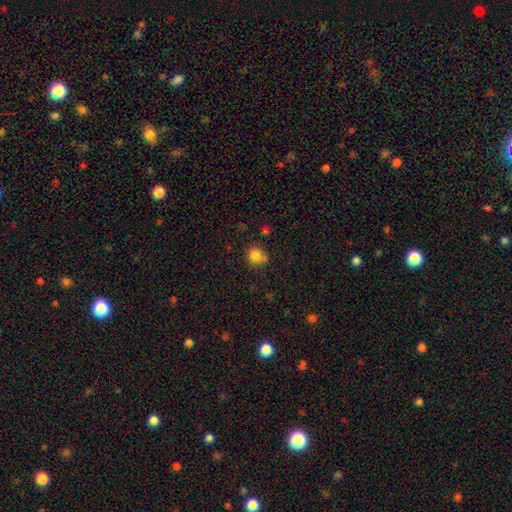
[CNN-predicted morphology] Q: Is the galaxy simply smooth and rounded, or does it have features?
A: smooth — 83%.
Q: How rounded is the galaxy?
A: round — 78%.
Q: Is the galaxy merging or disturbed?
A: none — 66%.